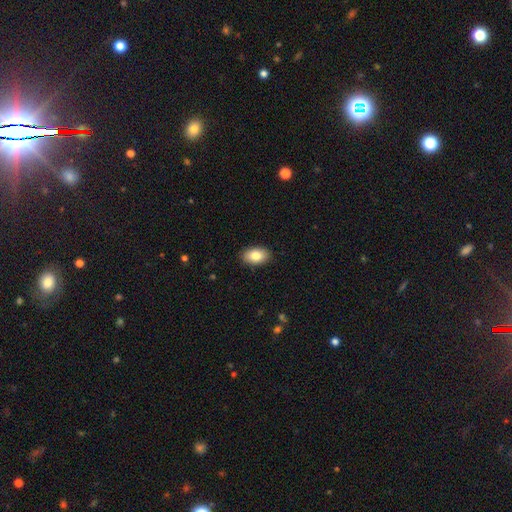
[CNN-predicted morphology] smooth_or_featured: smooth (p=0.83) [alt: featured or disk p=0.10]
how_rounded: in between (p=0.91) [alt: round p=0.07]
merging: none (p=0.89) [alt: minor disturbance p=0.08]